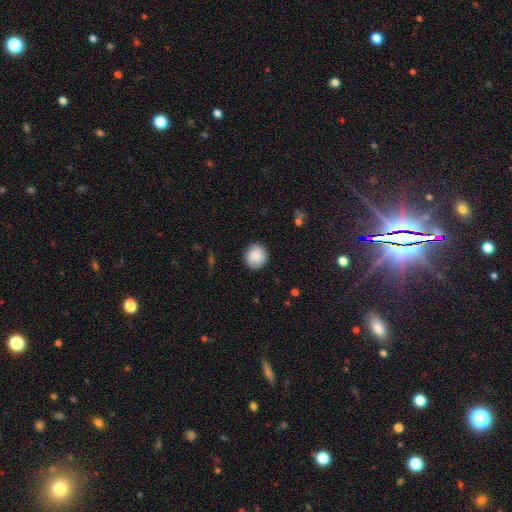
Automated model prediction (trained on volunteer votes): Morphology: type=smooth (86%); roundness=round (86%); merging=none (88%).